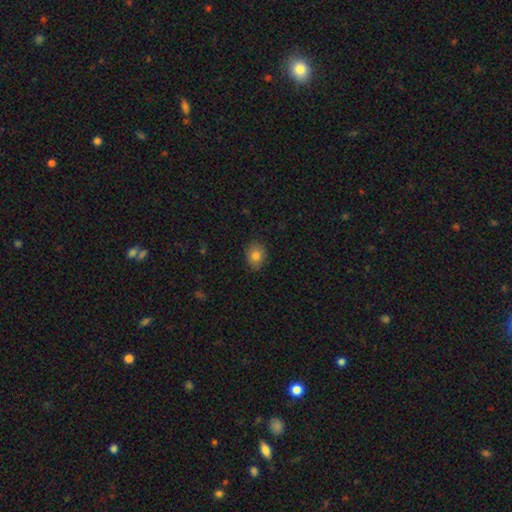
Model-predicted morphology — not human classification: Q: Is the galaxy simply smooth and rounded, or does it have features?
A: smooth — 82%.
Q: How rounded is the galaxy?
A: round — 50%.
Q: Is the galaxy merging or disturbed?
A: none — 85%.